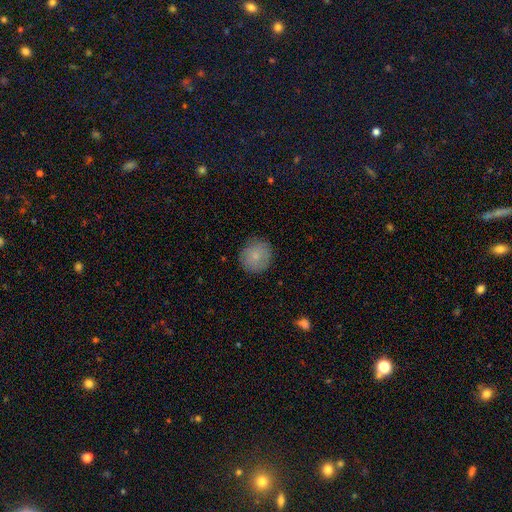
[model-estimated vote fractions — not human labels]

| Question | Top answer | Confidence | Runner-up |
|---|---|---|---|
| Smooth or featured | smooth | 83% | featured or disk (10%) |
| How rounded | round | 89% | in between (10%) |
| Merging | none | 85% | minor disturbance (11%) |